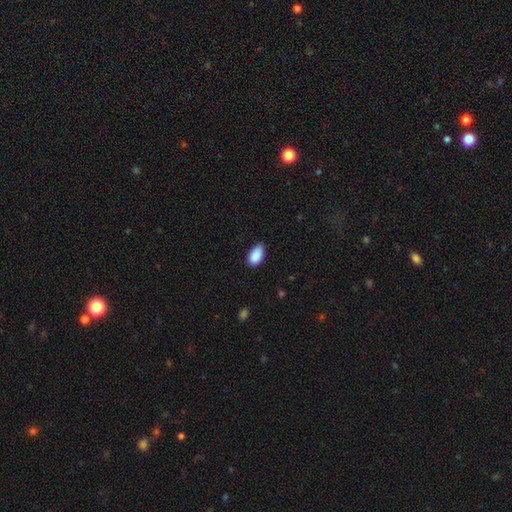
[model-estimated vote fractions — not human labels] Smooth or featured? smooth (89%)
How rounded? in between (94%)
Merging? none (72%)